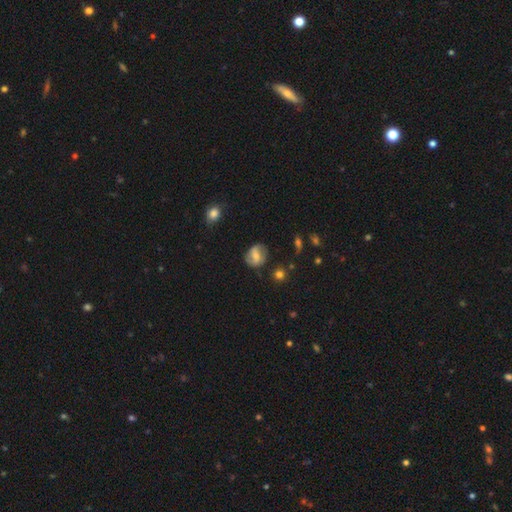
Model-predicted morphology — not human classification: featured or disk 48%, smooth 43%, star or artifact 9%. Down the decision tree: merging — none (71%).